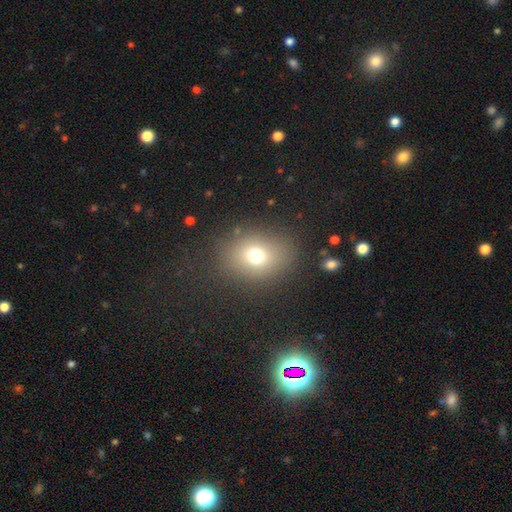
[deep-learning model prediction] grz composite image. It shows a smooth galaxy with no disk features (71%) that is round (55%). Merging: none (80%).